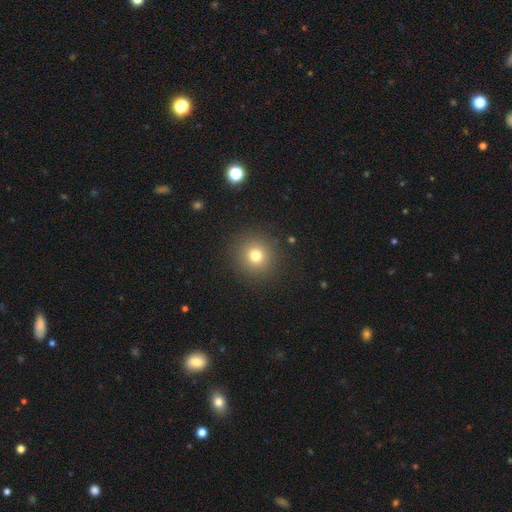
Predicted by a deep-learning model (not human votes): Smooth or featured?
  - smooth: 76% *
  - star or artifact: 15%
  - featured or disk: 9%
How rounded?
  - round: 93% *
  - in between: 6%
  - cigar-shaped: 1%
Merging?
  - none: 90% *
  - minor disturbance: 6%
  - major disturbance: 3%
  - merger: 1%